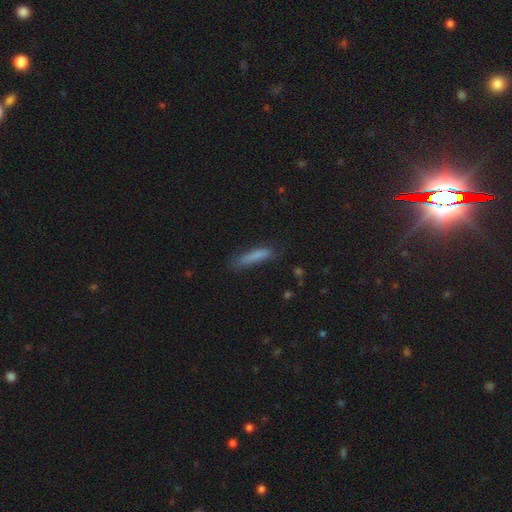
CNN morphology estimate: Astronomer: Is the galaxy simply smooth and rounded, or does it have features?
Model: smooth — 80%.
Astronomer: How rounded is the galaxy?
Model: cigar-shaped — 86%.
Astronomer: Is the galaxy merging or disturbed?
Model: none — 66%.